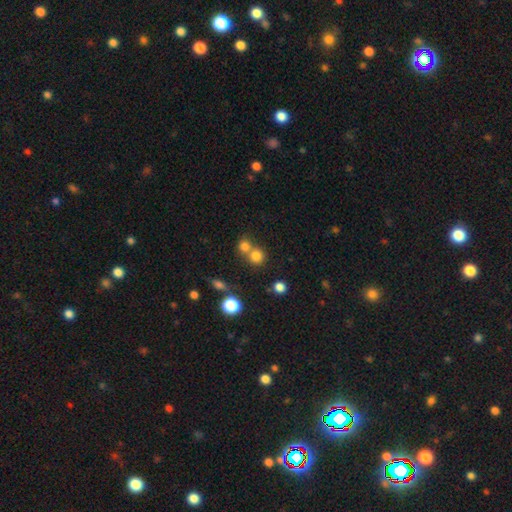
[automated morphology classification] A smooth galaxy with no disk features (77%) that is round (89%). Merging: none (52%).